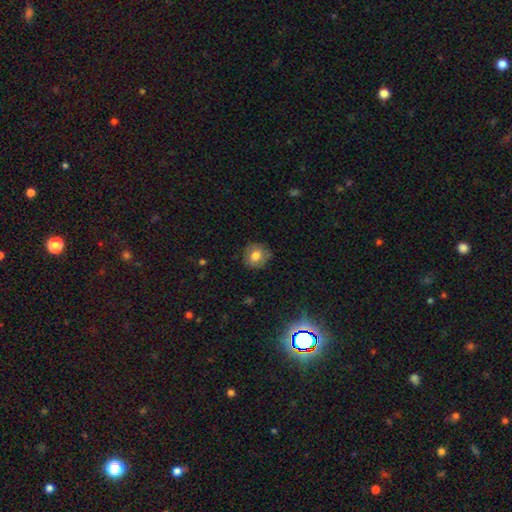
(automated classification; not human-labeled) smooth_or_featured: smooth (p=0.72) [alt: featured or disk p=0.18]
how_rounded: round (p=0.75) [alt: in between p=0.24]
merging: none (p=0.79) [alt: minor disturbance p=0.16]